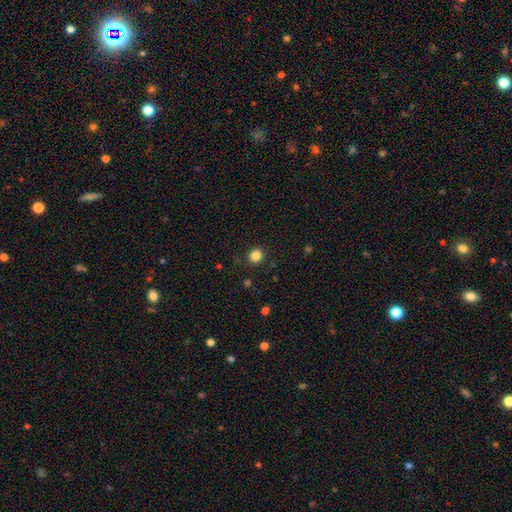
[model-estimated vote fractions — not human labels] smooth_or_featured: smooth (p=0.84) [alt: star or artifact p=0.12]
how_rounded: round (p=0.90) [alt: in between p=0.09]
merging: none (p=0.91) [alt: minor disturbance p=0.06]